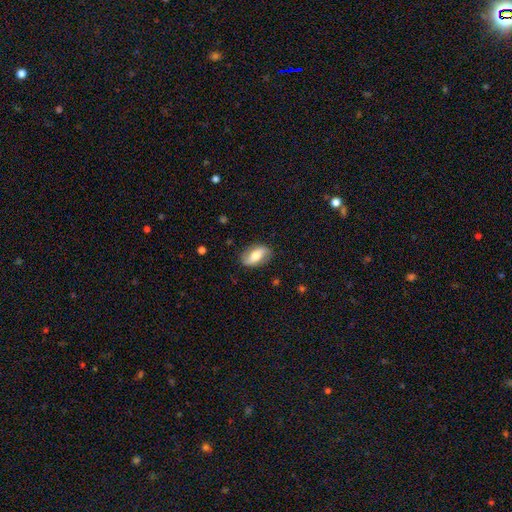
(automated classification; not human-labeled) Overall: smooth (52%; featured or disk 42%). How rounded: in between (86%). Merging: none (83%).